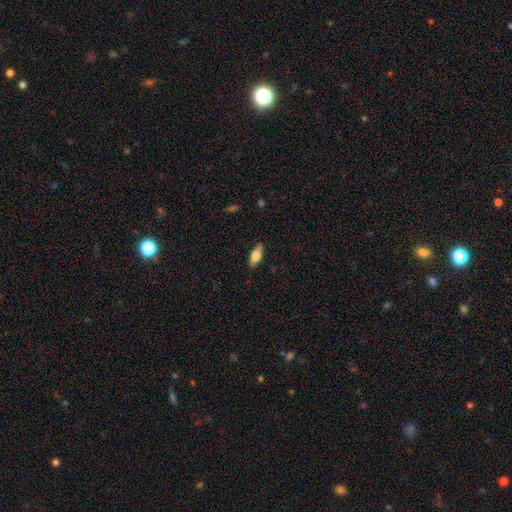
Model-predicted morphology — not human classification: This appears to be a smooth galaxy with no disk features (63%) that is in between round and cigar-shaped (72%). Merging: none (87%).